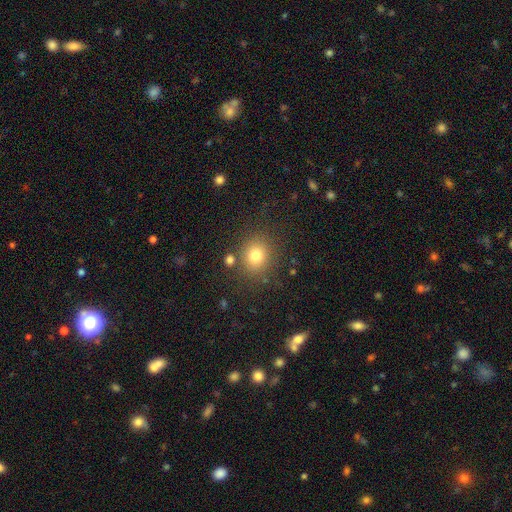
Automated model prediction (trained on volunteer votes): A smooth galaxy with no disk features (78%) that is round (82%). Merging: none (80%).